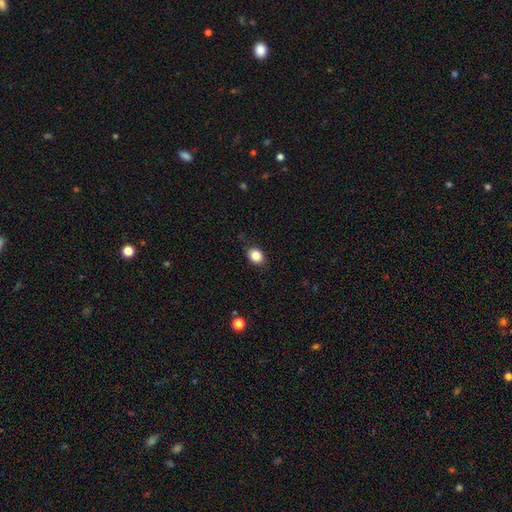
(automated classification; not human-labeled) A smooth galaxy with no disk features (84%) that is in between round and cigar-shaped (55%). Merging: none (84%).